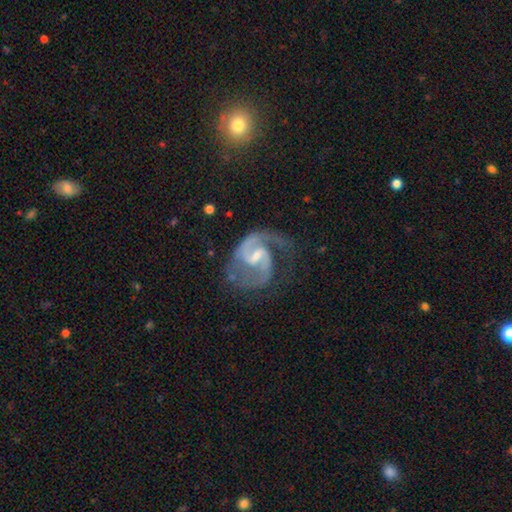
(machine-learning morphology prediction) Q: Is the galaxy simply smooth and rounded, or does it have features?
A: featured or disk — 91%.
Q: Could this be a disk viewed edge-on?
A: no — 98%.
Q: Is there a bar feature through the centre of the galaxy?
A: weak — 60%.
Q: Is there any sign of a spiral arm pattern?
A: yes — 98%.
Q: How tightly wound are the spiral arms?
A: medium — 60%.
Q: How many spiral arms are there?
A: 2 — 86%.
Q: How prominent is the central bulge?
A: small — 49%.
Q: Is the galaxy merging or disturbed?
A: none — 59%.